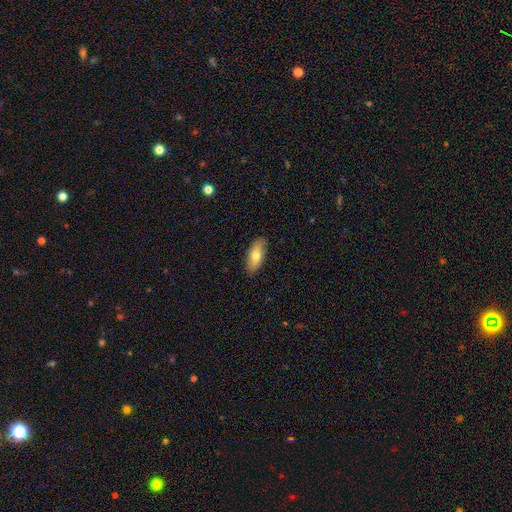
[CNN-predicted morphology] Smooth or featured: smooth — 72% (featured or disk — 22%)
How rounded: in between — 86% (cigar-shaped — 12%)
Merging: none — 87% (minor disturbance — 10%)